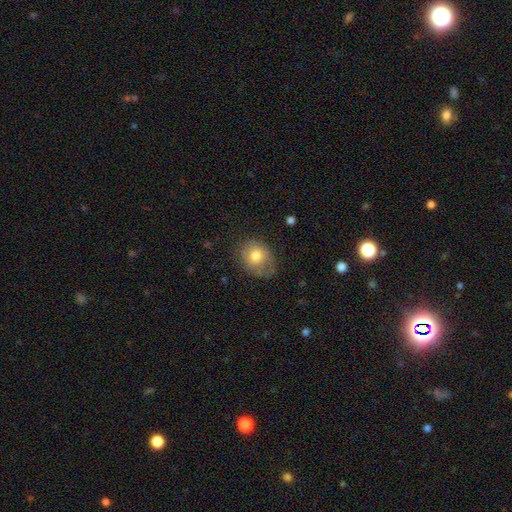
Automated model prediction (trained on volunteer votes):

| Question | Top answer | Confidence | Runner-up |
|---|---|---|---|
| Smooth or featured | smooth | 76% | featured or disk (16%) |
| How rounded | round | 51% | in between (48%) |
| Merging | none | 62% | minor disturbance (27%) |